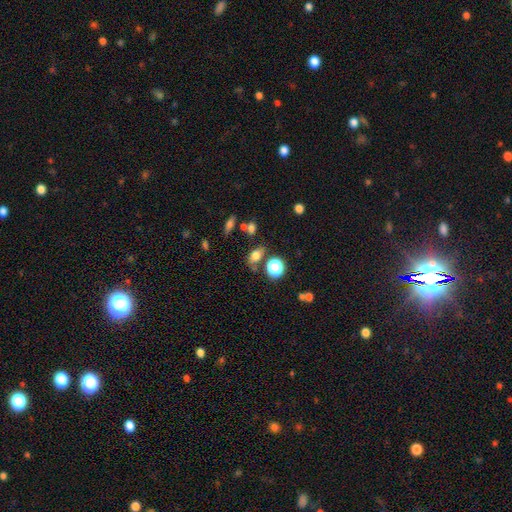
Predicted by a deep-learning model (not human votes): Morphology: type=smooth (71%); roundness=in between (72%); merging=none (64%).